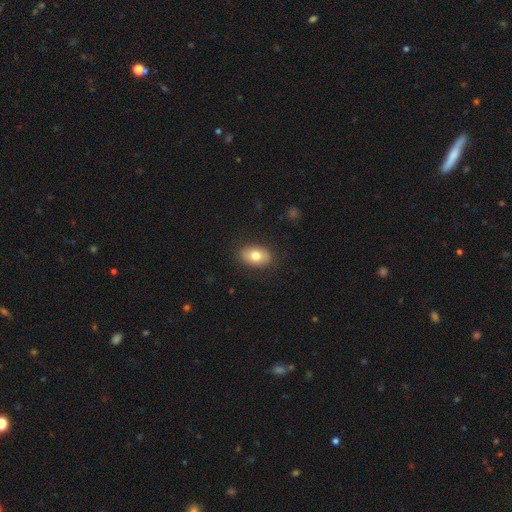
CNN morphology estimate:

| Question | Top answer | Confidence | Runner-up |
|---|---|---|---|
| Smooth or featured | smooth | 78% | featured or disk (15%) |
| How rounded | in between | 86% | round (12%) |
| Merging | none | 87% | minor disturbance (10%) |